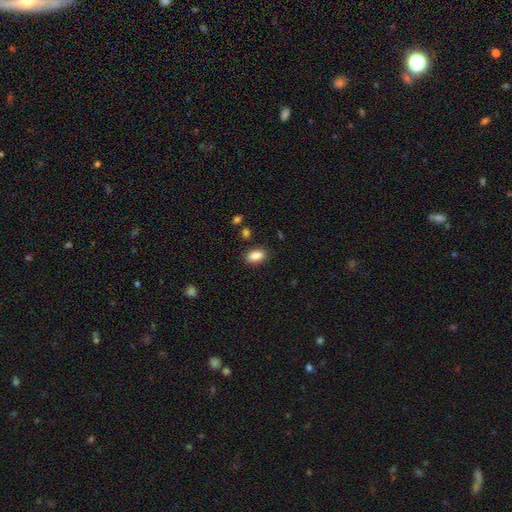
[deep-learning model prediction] Smooth or featured? smooth (88%)
How rounded? in between (89%)
Merging? none (85%)